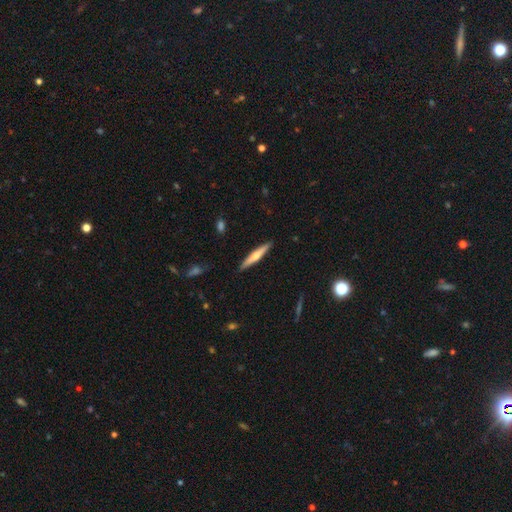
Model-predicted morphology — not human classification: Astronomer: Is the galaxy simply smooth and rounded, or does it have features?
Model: featured or disk — 49% (runner-up: smooth, 46%).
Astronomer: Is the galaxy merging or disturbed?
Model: none — 90%.